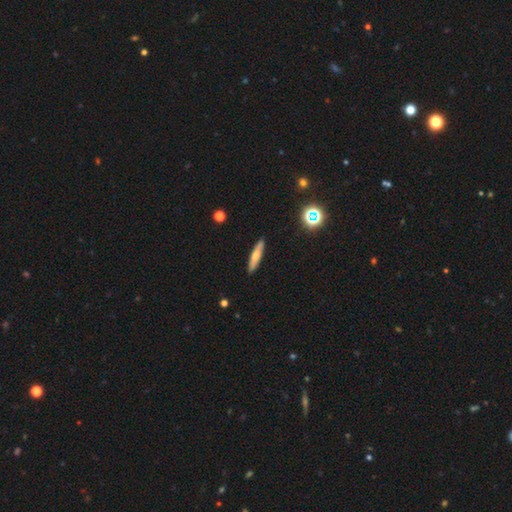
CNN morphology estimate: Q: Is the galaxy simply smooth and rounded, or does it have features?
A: smooth — 54%.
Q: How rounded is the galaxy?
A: cigar-shaped — 84%.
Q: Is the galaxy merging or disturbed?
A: none — 89%.